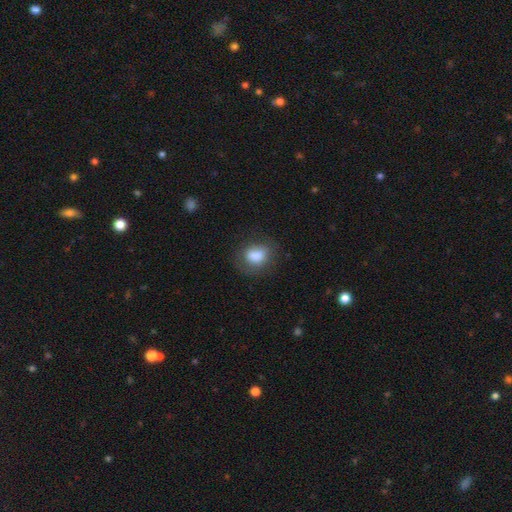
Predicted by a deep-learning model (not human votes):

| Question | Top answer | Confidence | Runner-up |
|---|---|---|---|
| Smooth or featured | smooth | 82% | featured or disk (9%) |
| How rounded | in between | 63% | round (36%) |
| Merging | none | 66% | minor disturbance (23%) |